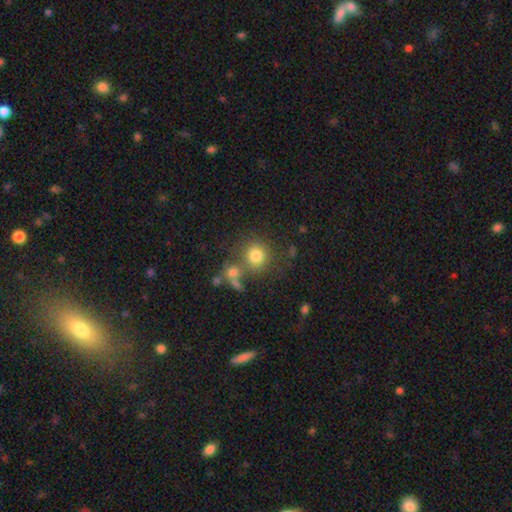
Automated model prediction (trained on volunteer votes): Smooth or featured: smooth — 78% (star or artifact — 12%)
How rounded: round — 88% (in between — 11%)
Merging: none — 64% (merger — 19%)